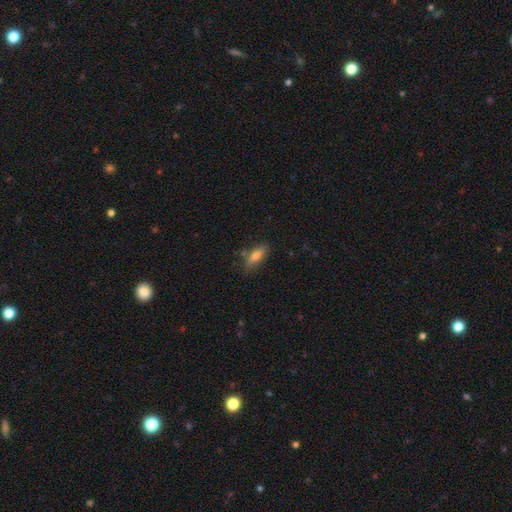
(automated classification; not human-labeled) Smooth or featured? Predicted: smooth (p=0.77). How rounded? Predicted: in between (p=0.71). Merging? Predicted: none (p=0.75).